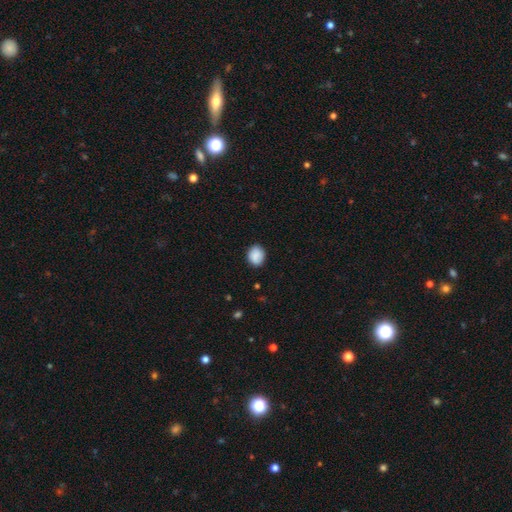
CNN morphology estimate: Smooth or featured? smooth (87%)
How rounded? round (56%)
Merging? none (84%)